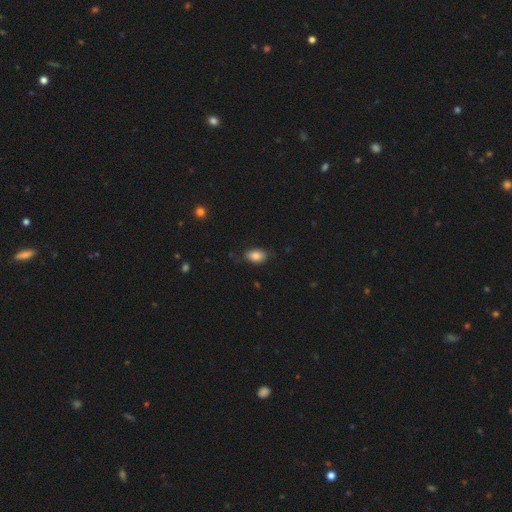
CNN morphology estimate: A smooth galaxy with no disk features (85%) that is in between round and cigar-shaped (90%).

Vote fractions:
- Smooth or featured? smooth: 85% / star or artifact: 8% / featured or disk: 7%
- How rounded? in between: 90% / round: 8% / cigar-shaped: 2%
- Merging? none: 78% / minor disturbance: 18% / major disturbance: 3% / merger: 1%